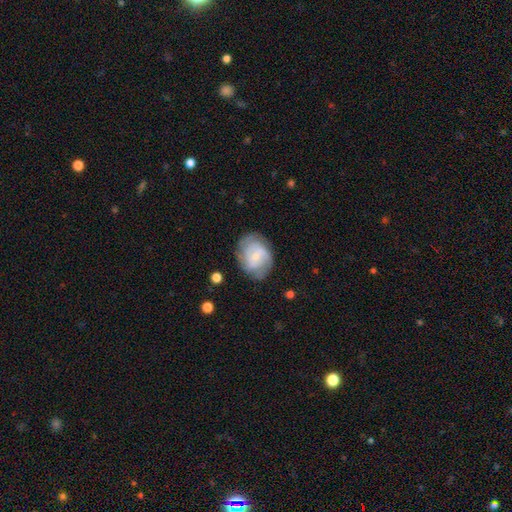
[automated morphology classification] This is likely a featured or disk galaxy (66%). It is clearly not viewed edge-on (98%). Bar: possibly no (57%). Spiral arm pattern: clearly yes (87%). Spiral arm count: marginally can't tell (37%). Spiral winding: possibly tight (50%). Central bulge: likely small (67%). Merging: likely none (70%).